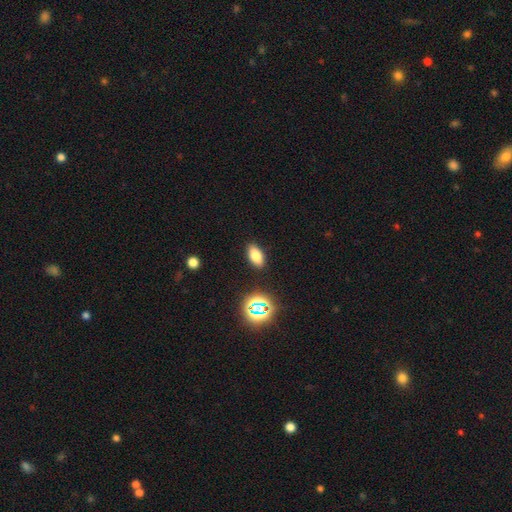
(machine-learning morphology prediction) Smooth or featured: smooth — 74% (star or artifact — 16%)
How rounded: in between — 87% (cigar-shaped — 7%)
Merging: none — 88% (minor disturbance — 8%)